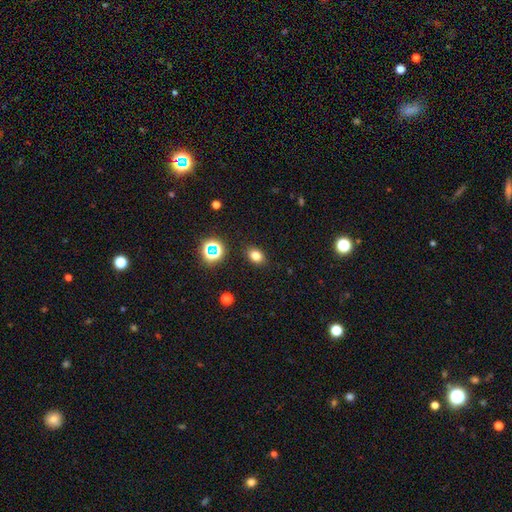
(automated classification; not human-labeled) Smooth or featured: smooth — 77% (star or artifact — 16%)
How rounded: in between — 67% (round — 32%)
Merging: none — 88% (minor disturbance — 8%)